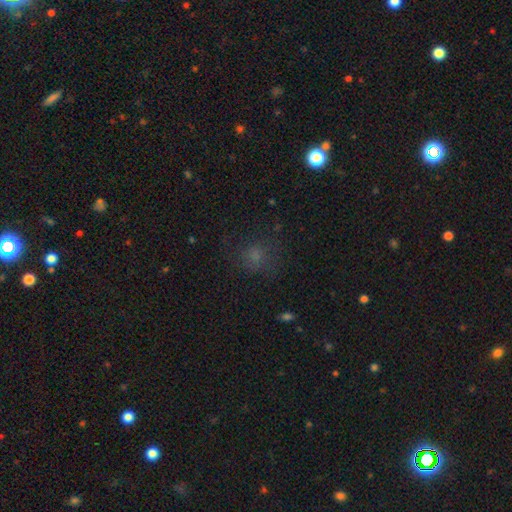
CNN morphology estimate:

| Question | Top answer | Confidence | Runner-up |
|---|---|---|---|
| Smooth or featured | smooth | 64% | star or artifact (24%) |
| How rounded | round | 78% | in between (20%) |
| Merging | none | 67% | minor disturbance (17%) |